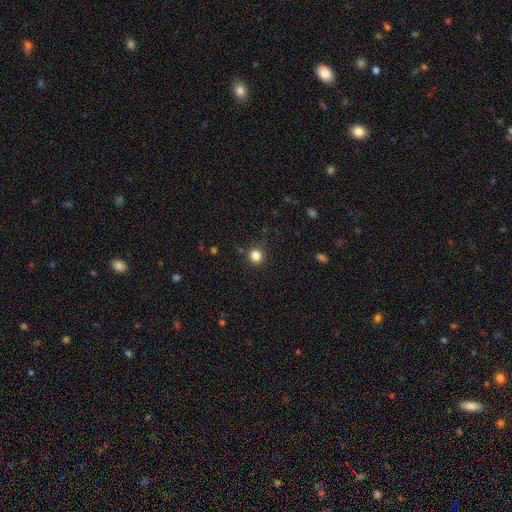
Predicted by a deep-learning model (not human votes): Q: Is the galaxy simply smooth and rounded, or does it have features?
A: smooth — 83%.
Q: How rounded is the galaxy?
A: round — 88%.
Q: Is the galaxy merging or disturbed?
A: none — 87%.